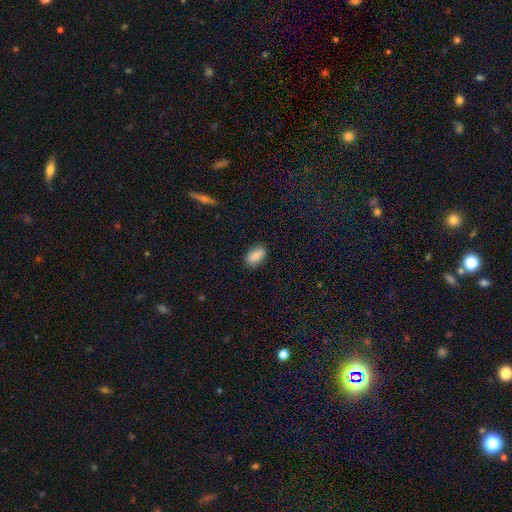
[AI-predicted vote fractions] Morphology: type=smooth (84%); roundness=in between (90%); merging=none (85%).